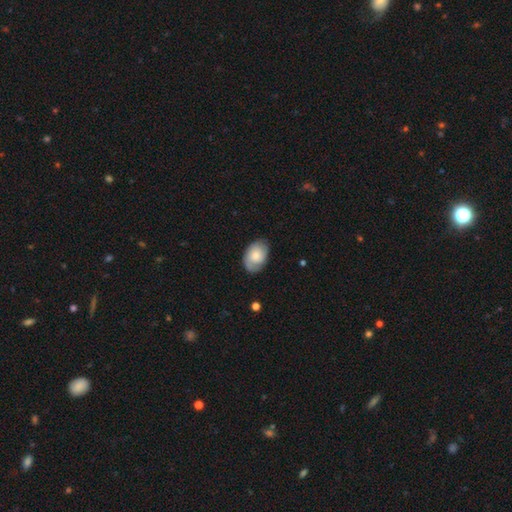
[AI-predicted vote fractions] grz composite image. It shows a smooth galaxy with no disk features (52%) that is in between round and cigar-shaped (83%). Merging: none (72%).